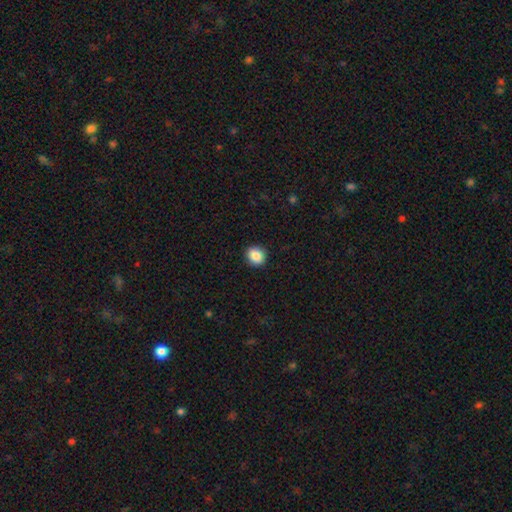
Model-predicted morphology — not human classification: smooth 88%, star or artifact 9%, featured or disk 4%. Down the decision tree: how rounded — round (81%); merging — none (91%).